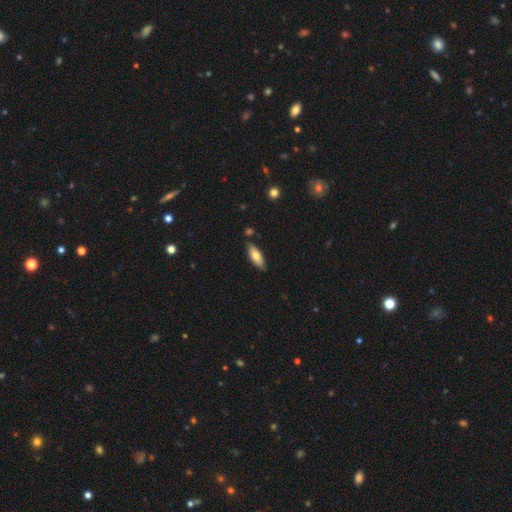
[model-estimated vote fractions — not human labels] Smooth or featured? smooth (70%)
How rounded? in between (66%)
Merging? none (82%)